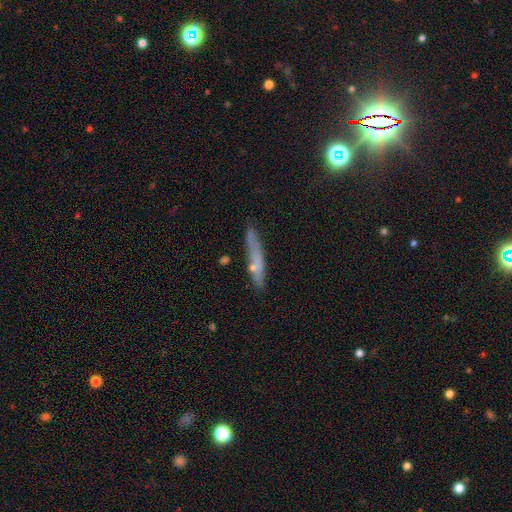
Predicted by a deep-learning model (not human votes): Q: Smooth or featured?
A: smooth (48%); runner-up: featured or disk (38%)
Q: Merging?
A: none (73%); runner-up: minor disturbance (19%)